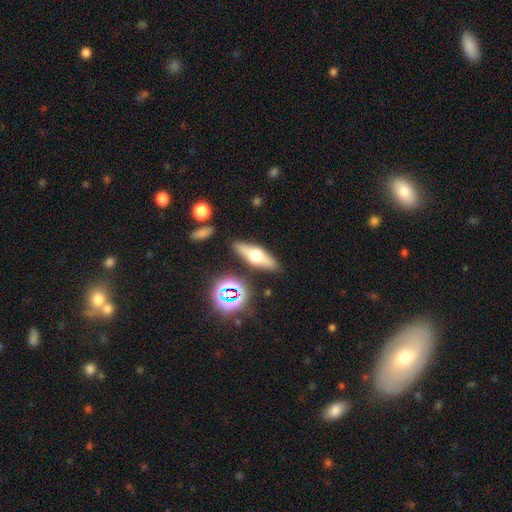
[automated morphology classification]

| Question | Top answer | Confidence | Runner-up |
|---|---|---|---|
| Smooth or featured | featured or disk | 48% | smooth (42%) |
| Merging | none | 85% | minor disturbance (9%) |